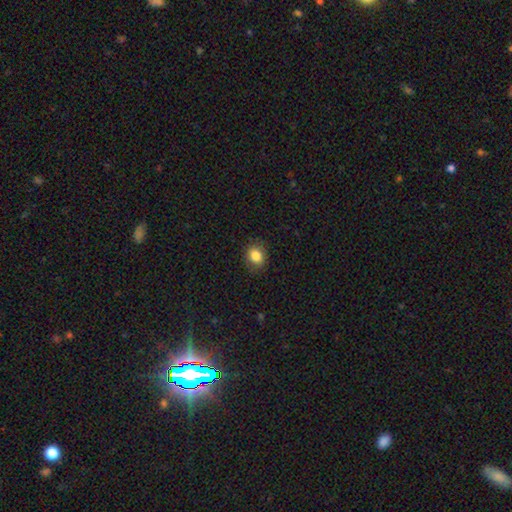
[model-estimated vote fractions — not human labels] Overall: smooth (85%). How rounded: round (54%; in between 45%). Merging: none (85%).